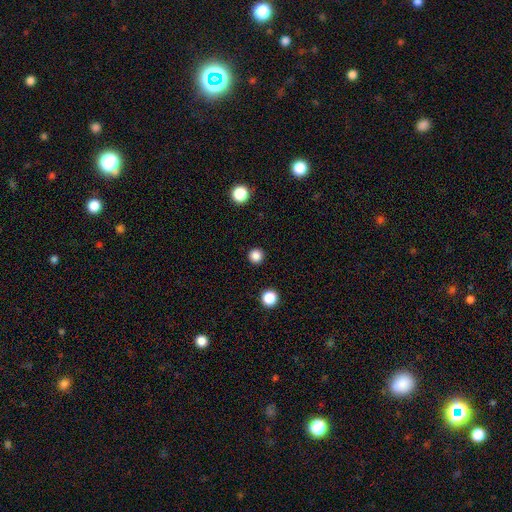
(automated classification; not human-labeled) smooth 84%, star or artifact 13%, featured or disk 3%. Down the decision tree: how rounded — round (96%); merging — none (92%).